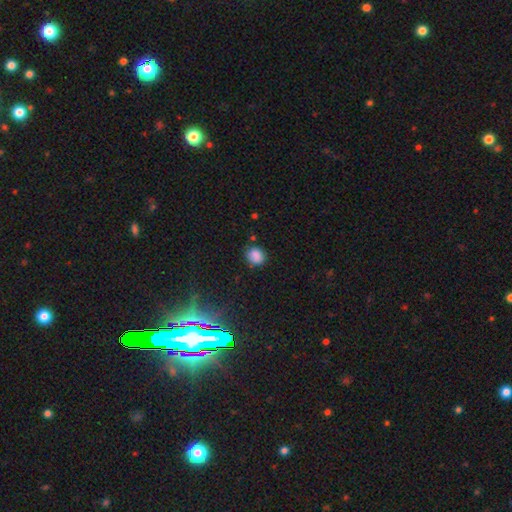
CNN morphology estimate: Smooth or featured: smooth — 83% (star or artifact — 12%)
How rounded: round — 69% (in between — 30%)
Merging: none — 78% (minor disturbance — 16%)